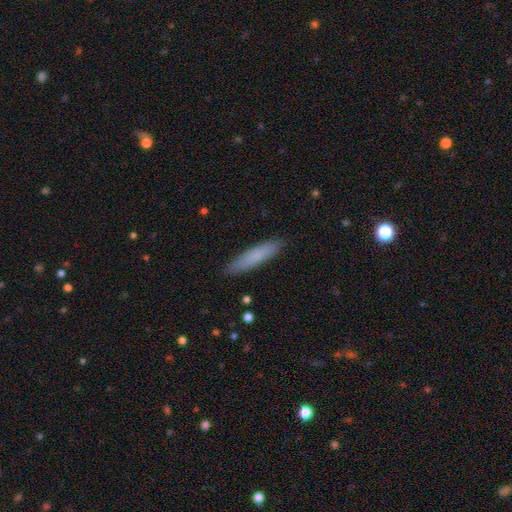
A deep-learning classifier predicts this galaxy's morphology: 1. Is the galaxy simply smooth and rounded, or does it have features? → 80% smooth, 14% featured or disk, 6% star or artifact.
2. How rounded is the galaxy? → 86% cigar-shaped, 12% in between, 1% round.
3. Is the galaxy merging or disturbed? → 89% none, 8% minor disturbance, 2% major disturbance, 1% merger.